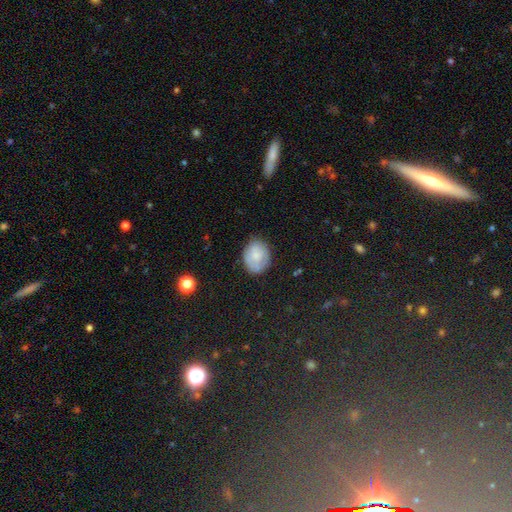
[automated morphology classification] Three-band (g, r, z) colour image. It shows a smooth galaxy with no disk features (71%) that is in between round and cigar-shaped (50%). Merging: none (71%).